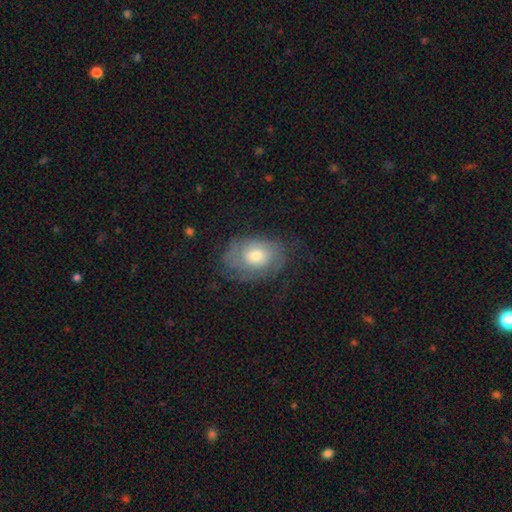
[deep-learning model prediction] featured or disk 54%, smooth 39%, star or artifact 7%. Down the decision tree: edge-on disk — no (95%); bar — no (79%); spiral arms — yes (73%); bulge size — moderate (66%); merging — none (60%).